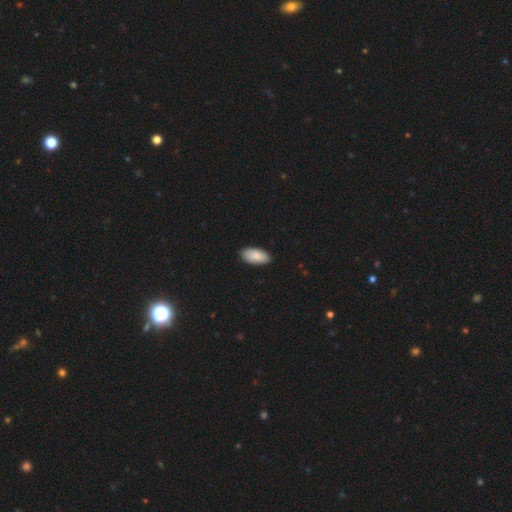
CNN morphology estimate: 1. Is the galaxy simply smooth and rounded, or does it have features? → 89% smooth, 5% star or artifact, 5% featured or disk.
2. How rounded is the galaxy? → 94% in between, 4% cigar-shaped, 2% round.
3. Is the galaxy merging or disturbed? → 89% none, 8% minor disturbance, 2% major disturbance, 1% merger.